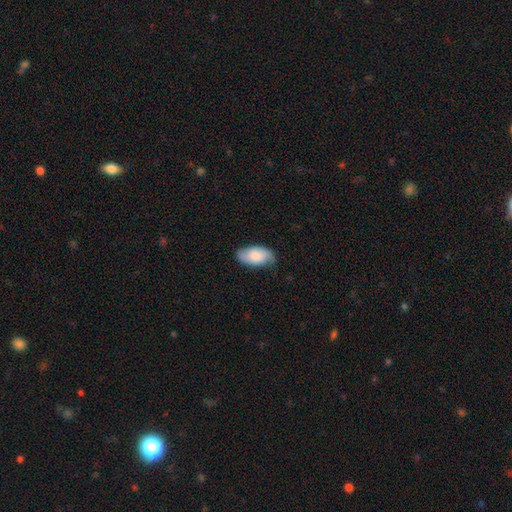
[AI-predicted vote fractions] Smooth or featured? smooth (76%)
How rounded? in between (95%)
Merging? none (69%)